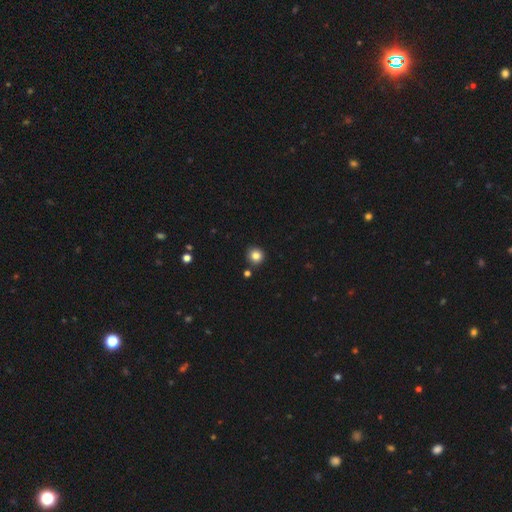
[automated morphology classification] The model was most divided on "smooth or featured": smooth: 84%, star or artifact: 11%, featured or disk: 5%. More confident: how rounded — round (92%); merging — none (88%).